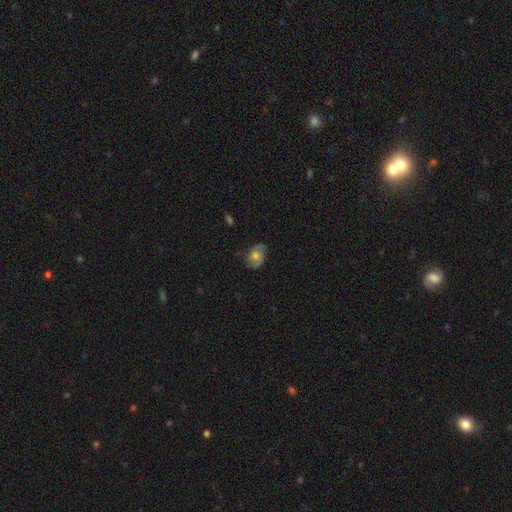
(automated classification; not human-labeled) smooth 48%, featured or disk 43%, star or artifact 8%. Down the decision tree: merging — none (69%).